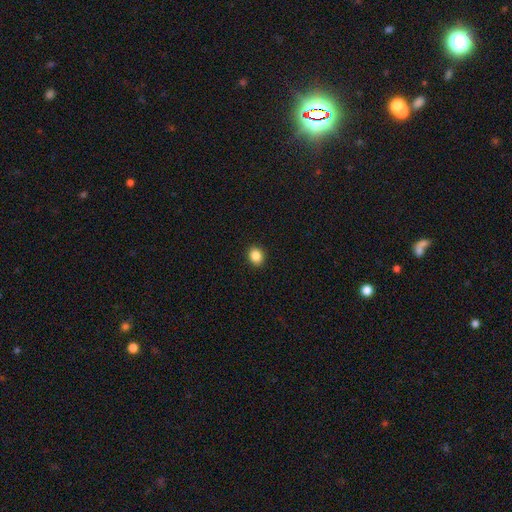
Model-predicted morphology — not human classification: smooth_or_featured: smooth (p=0.86) [alt: star or artifact p=0.10]
how_rounded: round (p=0.63) [alt: in between p=0.36]
merging: none (p=0.92) [alt: minor disturbance p=0.06]